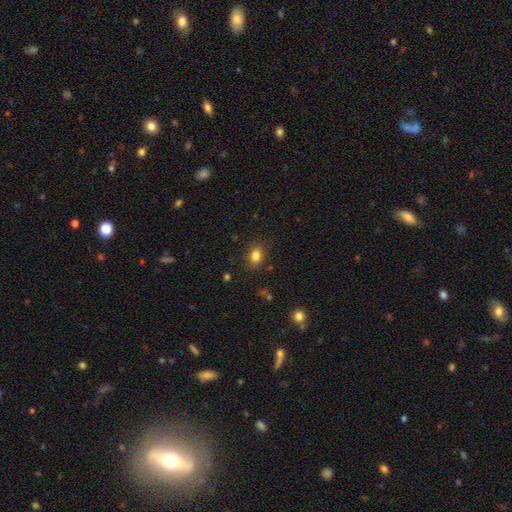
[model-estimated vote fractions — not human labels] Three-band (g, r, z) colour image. It shows a smooth galaxy with no disk features (82%) that is in between round and cigar-shaped (68%). Merging: none (85%).